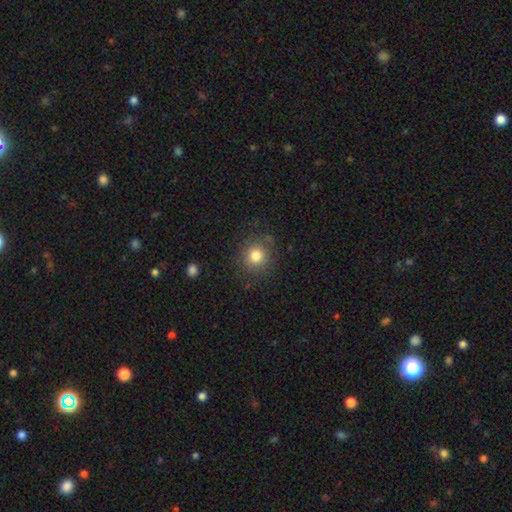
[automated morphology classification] A smooth galaxy with no disk features (81%) that is round (90%). Merging: none (85%).